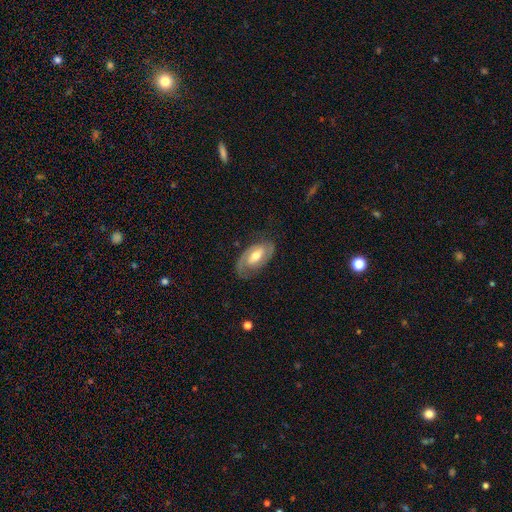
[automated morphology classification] Q: Smooth or featured?
A: featured or disk (73%); runner-up: smooth (22%)
Q: Edge-on disk?
A: no (94%); runner-up: yes (6%)
Q: Bar?
A: weak (44%); runner-up: no (32%)
Q: Spiral arms?
A: yes (84%); runner-up: no (16%)
Q: Spiral winding?
A: tight (43%); runner-up: medium (41%)
Q: Spiral arm count?
A: 2 (76%); runner-up: can't tell (11%)
Q: Bulge size?
A: moderate (68%); runner-up: small (19%)
Q: Merging?
A: none (74%); runner-up: minor disturbance (17%)